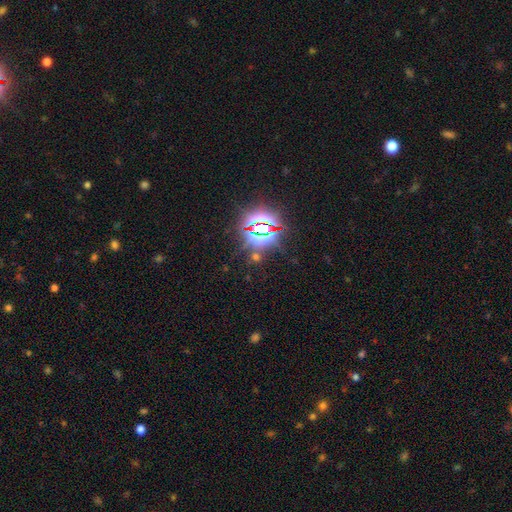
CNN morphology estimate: type=star or artifact (82%).